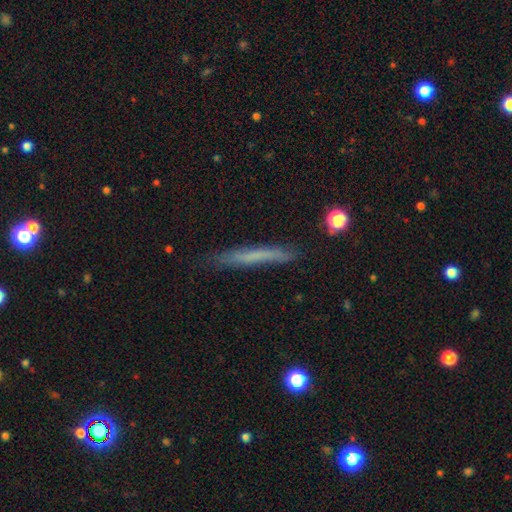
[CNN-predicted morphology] smooth-or-featured: smooth: 58% | featured or disk: 34% | star or artifact: 8%
  how-rounded: cigar-shaped: 96% | in between: 3% | round: 1%
  merging: none: 84% | minor disturbance: 12% | major disturbance: 2% | merger: 2%